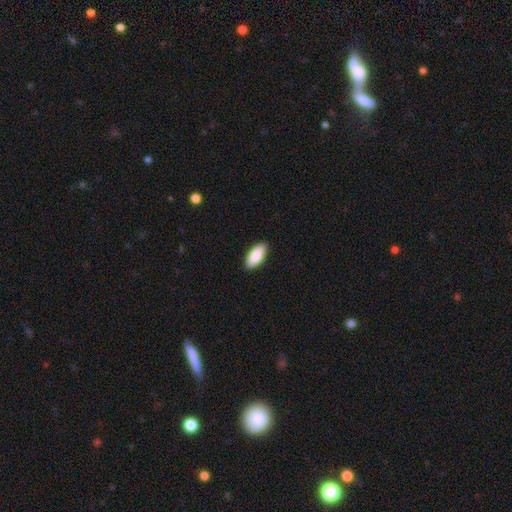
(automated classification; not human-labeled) smooth 89%, star or artifact 5%, featured or disk 5%. Down the decision tree: how rounded — in between (91%); merging — none (90%).